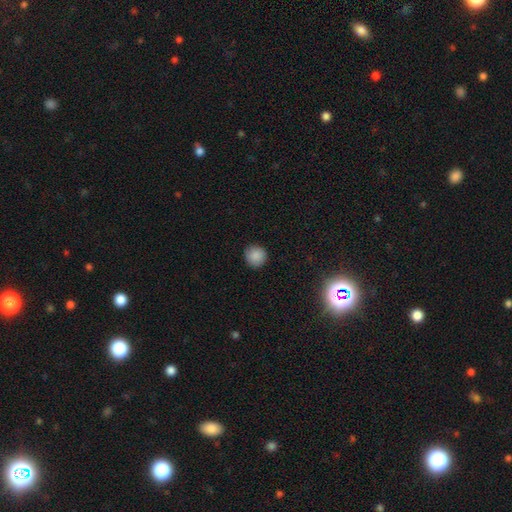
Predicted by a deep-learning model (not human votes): Smooth or featured: smooth — 87% (star or artifact — 10%)
How rounded: round — 94% (in between — 5%)
Merging: none — 90% (minor disturbance — 8%)